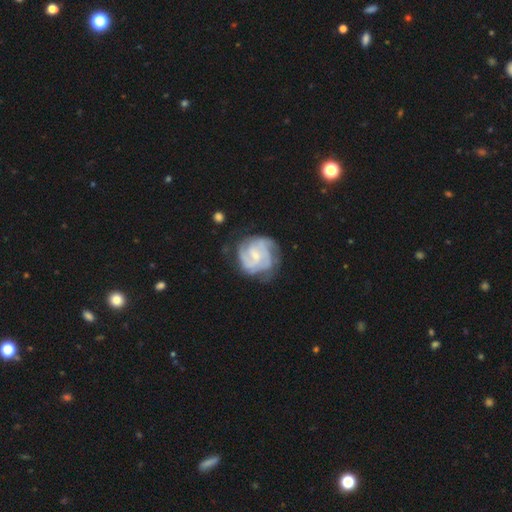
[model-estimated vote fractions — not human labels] featured or disk 82%, smooth 13%, star or artifact 5%. Down the decision tree: edge-on disk — no (98%); bar — weak (45%, tied with no); spiral arms — yes (94%); spiral arm count — 3 (33%); spiral winding — tight (54%); bulge size — small (61%); merging — none (65%).